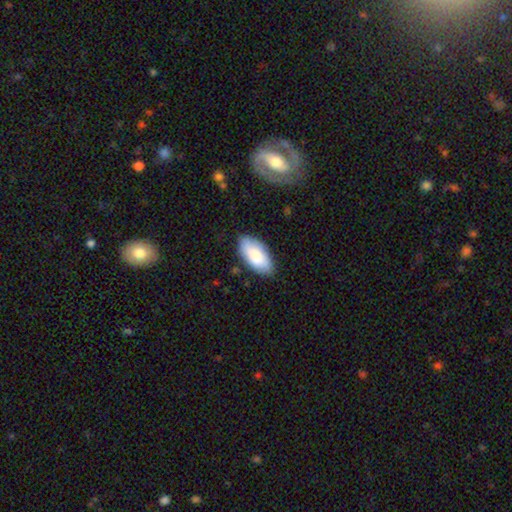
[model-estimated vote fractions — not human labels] This appears to be a smooth galaxy with no disk features (80%) that is in between round and cigar-shaped (93%). Merging: none (82%).